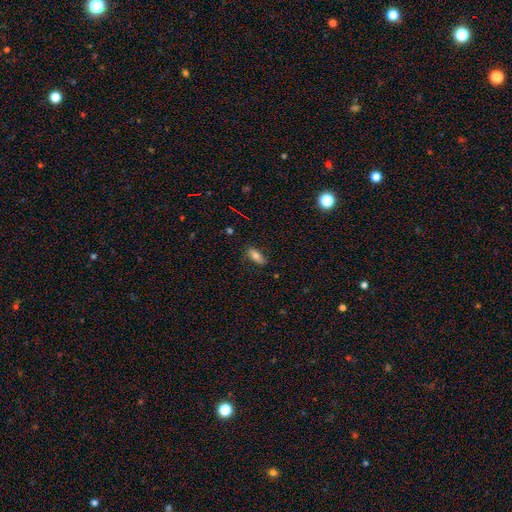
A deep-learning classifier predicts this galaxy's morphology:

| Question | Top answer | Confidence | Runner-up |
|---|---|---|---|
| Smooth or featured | smooth | 67% | featured or disk (24%) |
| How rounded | in between | 74% | cigar-shaped (22%) |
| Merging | none | 76% | minor disturbance (18%) |